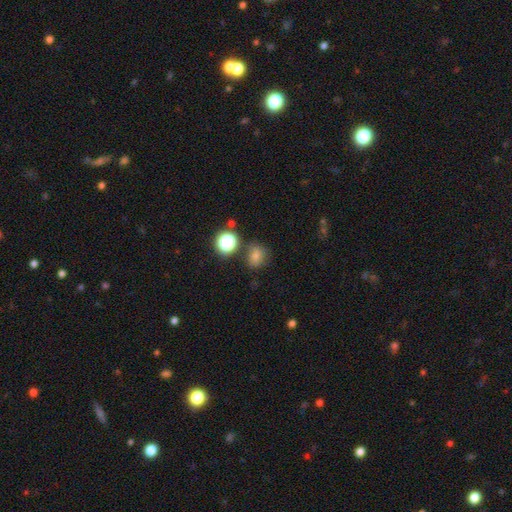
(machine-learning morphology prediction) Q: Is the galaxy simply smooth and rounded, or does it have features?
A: smooth — 63%.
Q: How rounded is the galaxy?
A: round — 76%.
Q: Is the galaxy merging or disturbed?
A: none — 79%.